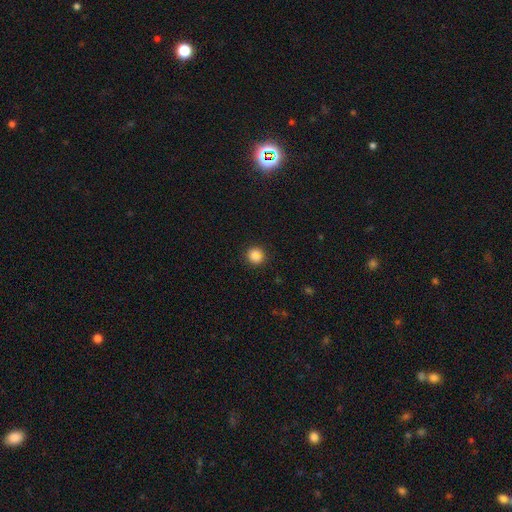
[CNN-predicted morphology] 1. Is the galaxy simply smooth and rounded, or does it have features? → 77% smooth, 16% star or artifact, 8% featured or disk.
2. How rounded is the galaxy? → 89% round, 10% in between, 1% cigar-shaped.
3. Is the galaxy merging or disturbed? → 77% none, 11% minor disturbance, 8% merger, 4% major disturbance.